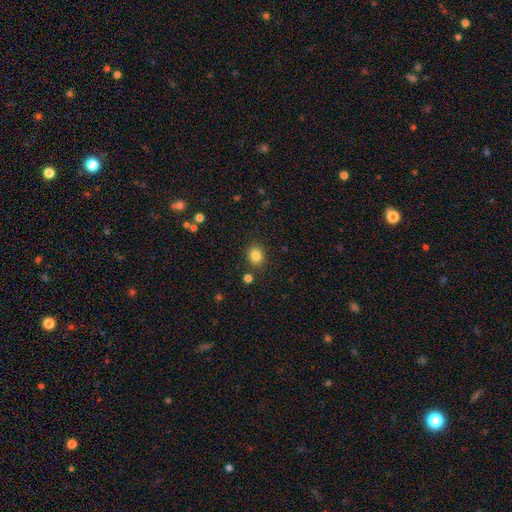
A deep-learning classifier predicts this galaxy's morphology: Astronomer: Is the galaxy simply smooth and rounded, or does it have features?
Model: smooth — 84%.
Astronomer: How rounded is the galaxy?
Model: round — 64%.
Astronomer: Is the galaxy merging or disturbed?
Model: none — 85%.